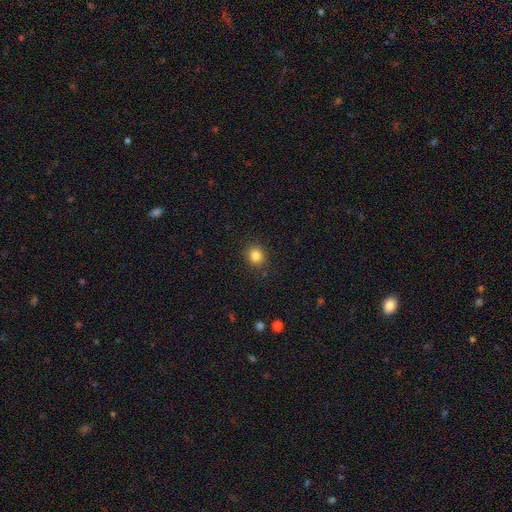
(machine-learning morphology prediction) Smooth or featured? Predicted: smooth (p=0.84). How rounded? Predicted: round (p=0.81). Merging? Predicted: none (p=0.89).